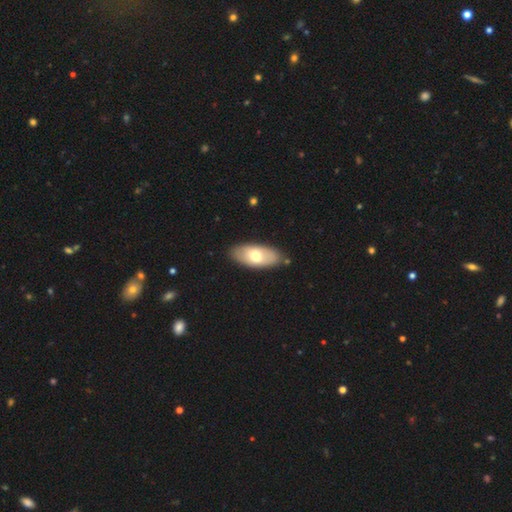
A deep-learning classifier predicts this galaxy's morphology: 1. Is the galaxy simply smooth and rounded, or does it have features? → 64% smooth, 31% featured or disk, 5% star or artifact.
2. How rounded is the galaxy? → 89% in between, 8% cigar-shaped, 2% round.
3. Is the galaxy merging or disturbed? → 84% none, 11% minor disturbance, 2% major disturbance, 2% merger.